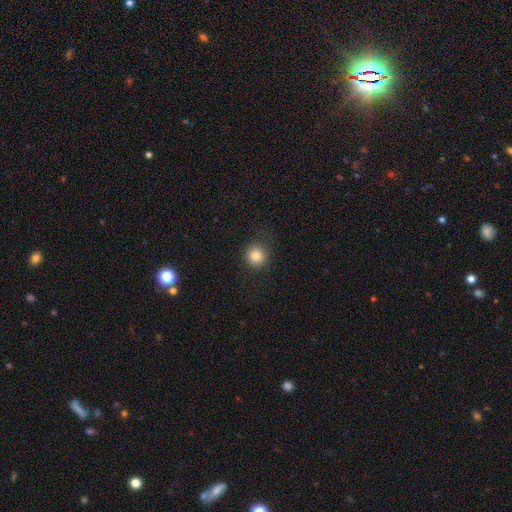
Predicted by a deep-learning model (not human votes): The model was most divided on "merging": none: 83%, minor disturbance: 12%, major disturbance: 4%, merger: 1%. More confident: how rounded — round (89%); smooth or featured — smooth (84%).